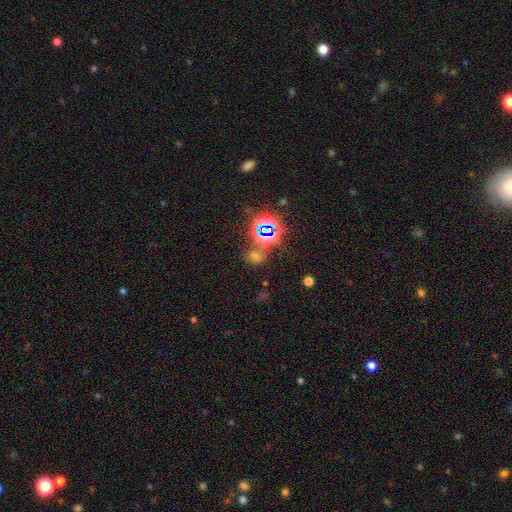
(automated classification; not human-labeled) Q: Smooth or featured?
A: star or artifact (62%); runner-up: smooth (29%)